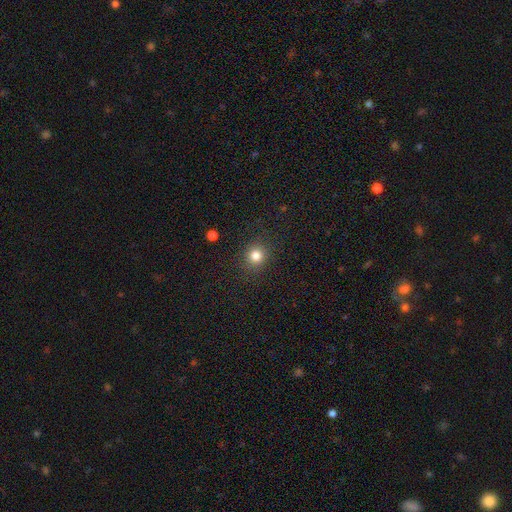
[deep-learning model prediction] smooth 82%, star or artifact 12%, featured or disk 6%. Down the decision tree: how rounded — round (86%); merging — none (88%).